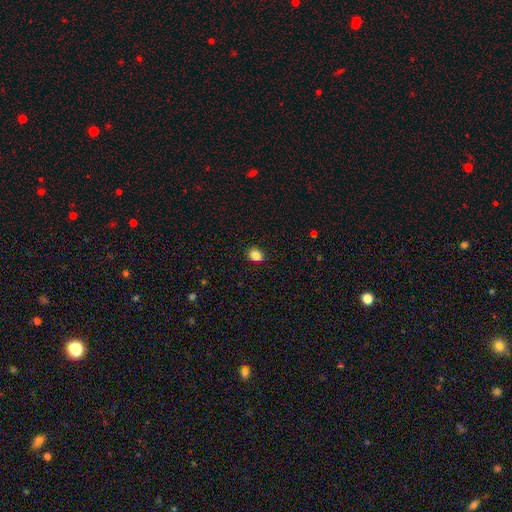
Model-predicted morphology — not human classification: Smooth or featured: smooth — 85% (star or artifact — 10%)
How rounded: in between — 55% (round — 44%)
Merging: none — 89% (minor disturbance — 8%)